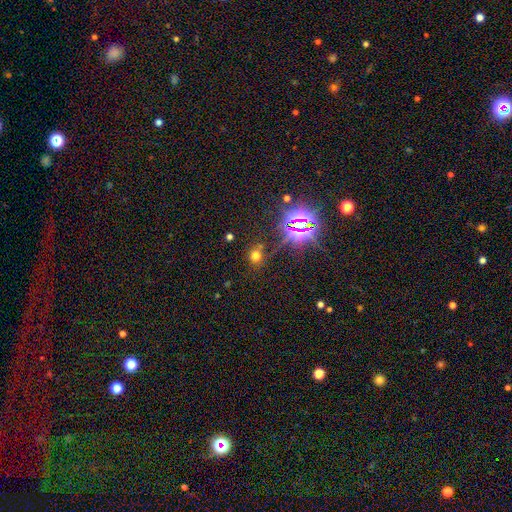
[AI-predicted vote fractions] Smooth or featured? Predicted: smooth (p=0.55). How rounded? Predicted: round (p=0.73). Merging? Predicted: none (p=0.71).